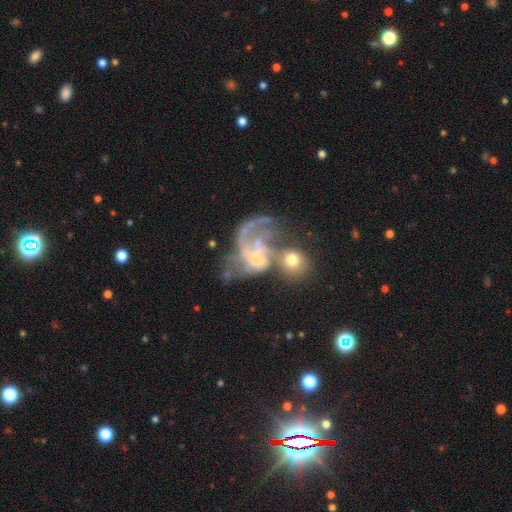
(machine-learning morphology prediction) smooth_or_featured: featured or disk (p=0.65) [alt: smooth p=0.23]
disk_edge_on: no (p=0.98) [alt: yes p=0.02]
bar: no (p=0.77) [alt: weak p=0.18]
has_spiral_arms: no (p=0.52) [alt: yes p=0.48]
bulge_size: none (p=0.34) [alt: small p=0.30]
merging: merger (p=0.44) [alt: major disturbance p=0.36]